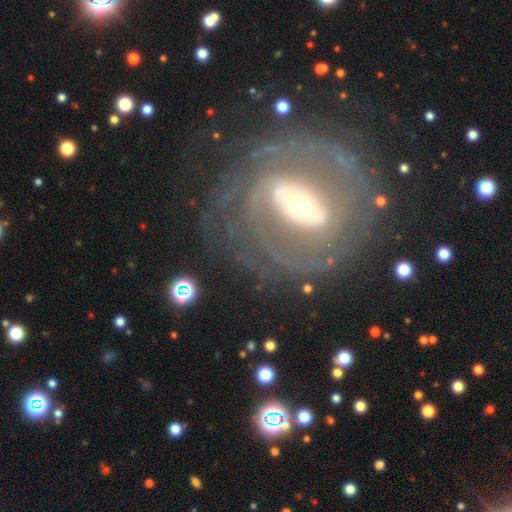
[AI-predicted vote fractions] Smooth or featured? featured or disk (83%)
Edge-on disk? no (95%)
Bar? strong (44%)
Spiral arms? yes (85%)
Spiral winding? tight (58%)
Spiral arm count? 2 (44%)
Bulge size? moderate (47%)
Merging? none (73%)